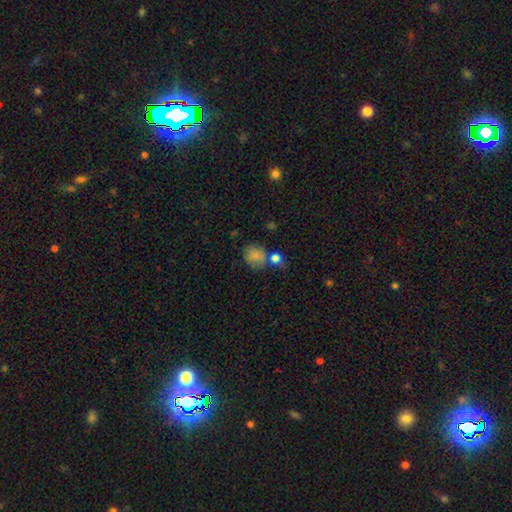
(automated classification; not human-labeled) smooth_or_featured: smooth (p=0.81) [alt: star or artifact p=0.10]
how_rounded: round (p=0.70) [alt: in between p=0.29]
merging: none (p=0.53) [alt: merger p=0.23]